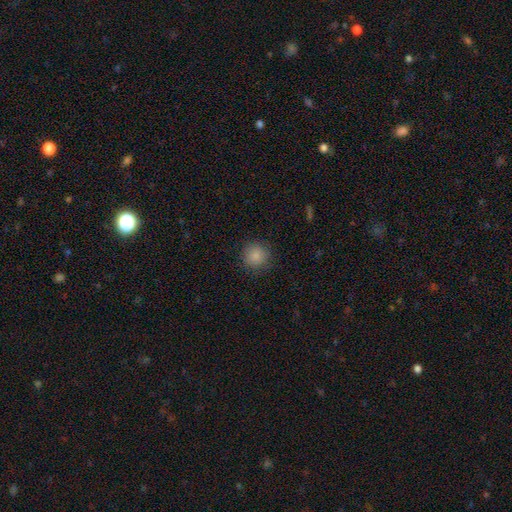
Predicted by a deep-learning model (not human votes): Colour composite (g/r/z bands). It shows a smooth galaxy with no disk features (86%) that is round (93%). Merging: none (87%).